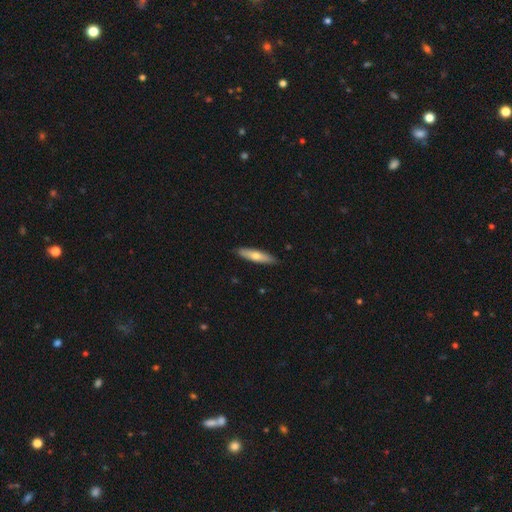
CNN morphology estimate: The model was most divided on "smooth or featured": smooth: 64%, featured or disk: 31%, star or artifact: 5%. More confident: merging — none (89%); how rounded — cigar-shaped (75%).